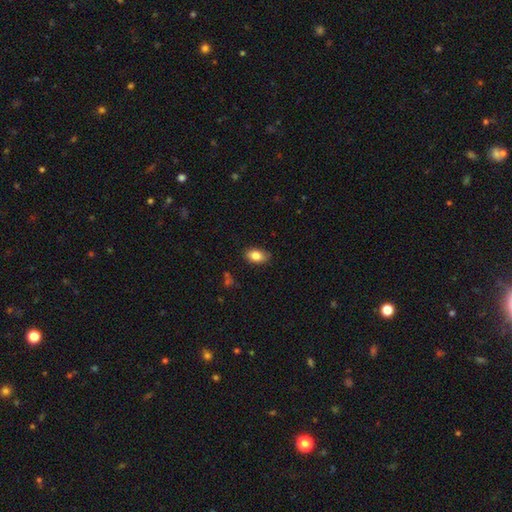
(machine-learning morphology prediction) Q: Smooth or featured?
A: smooth (84%); runner-up: featured or disk (8%)
Q: How rounded?
A: in between (89%); runner-up: round (9%)
Q: Merging?
A: none (84%); runner-up: minor disturbance (12%)